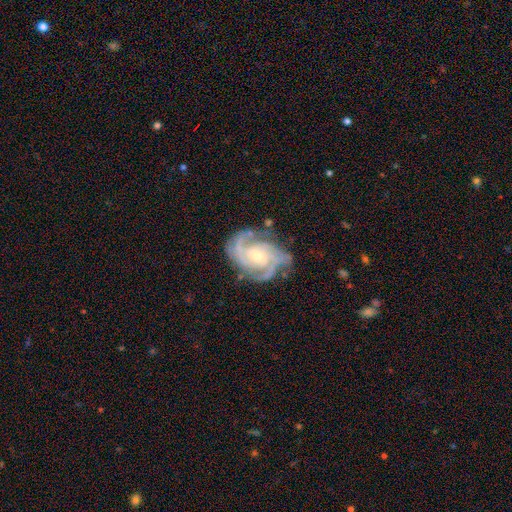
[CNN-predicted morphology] This is clearly a featured or disk galaxy (91%). It is clearly not viewed edge-on (98%). Bar: possibly no (59%). Spiral arm pattern: clearly yes (98%). Spiral arm count: marginally 3 (41%). Spiral winding: possibly tight (55%). Central bulge: likely small (61%). Merging: likely none (72%).